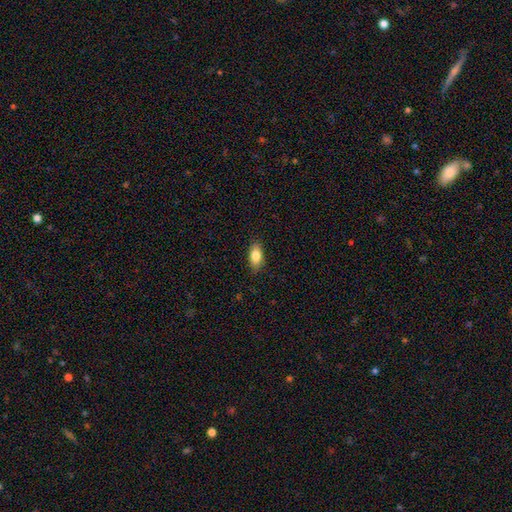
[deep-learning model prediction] smooth_or_featured: smooth (p=0.82) [alt: featured or disk p=0.11]
how_rounded: in between (p=0.87) [alt: cigar-shaped p=0.09]
merging: none (p=0.87) [alt: minor disturbance p=0.10]